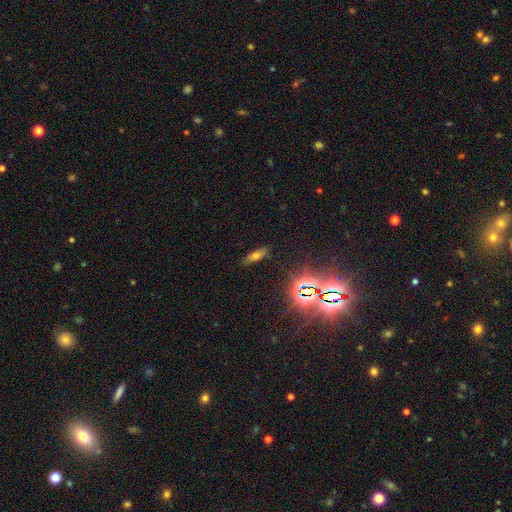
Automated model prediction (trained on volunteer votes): smooth 49%, star or artifact 31%, featured or disk 20%. Down the decision tree: merging — none (86%).